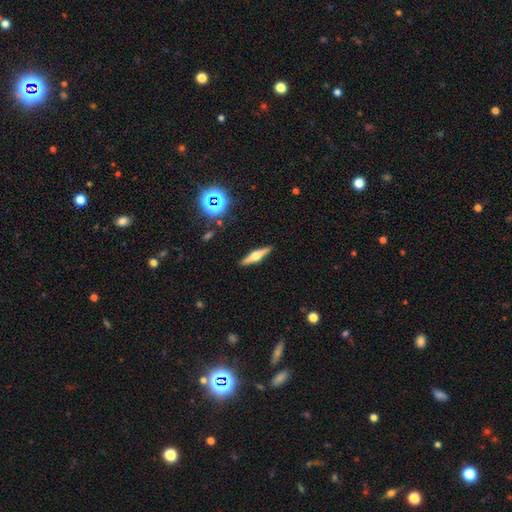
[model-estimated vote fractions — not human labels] Smooth or featured?
  - featured or disk: 67% *
  - smooth: 25%
  - star or artifact: 8%
Edge-on disk?
  - yes: 97% *
  - no: 3%
Edge-on bulge?
  - rounded: 93% *
  - boxy: 5%
  - none: 2%
Merging?
  - none: 90% *
  - minor disturbance: 7%
  - major disturbance: 2%
  - merger: 1%